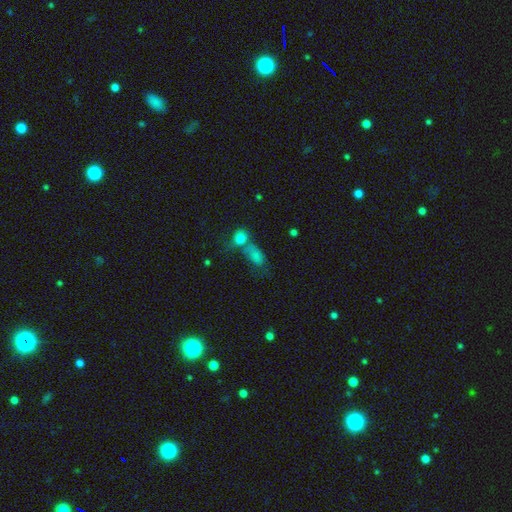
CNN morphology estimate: Overall: smooth (76%). How rounded: in between (81%). Merging: merger (47%; none 28%).